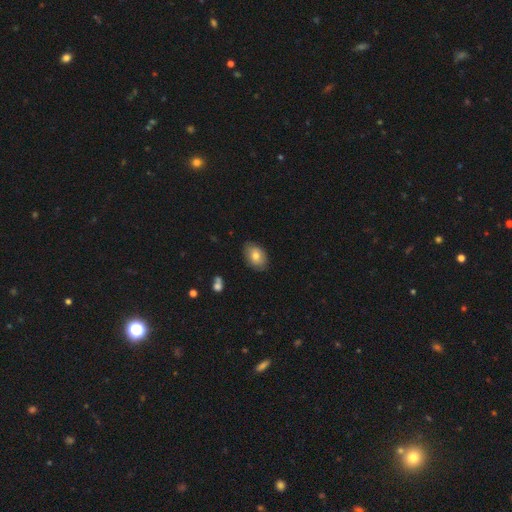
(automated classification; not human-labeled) This appears to be a smooth galaxy with no disk features (73%) that is in between round and cigar-shaped (82%). Merging: none (81%).